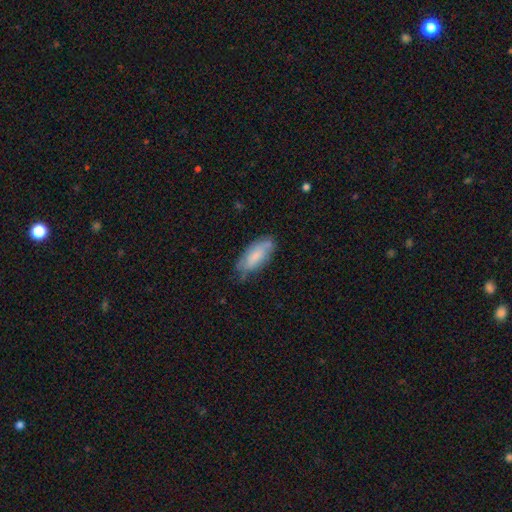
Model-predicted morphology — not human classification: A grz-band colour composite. It shows a smooth galaxy with no disk features (69%) that is in between round and cigar-shaped (81%). Merging: none (61%).